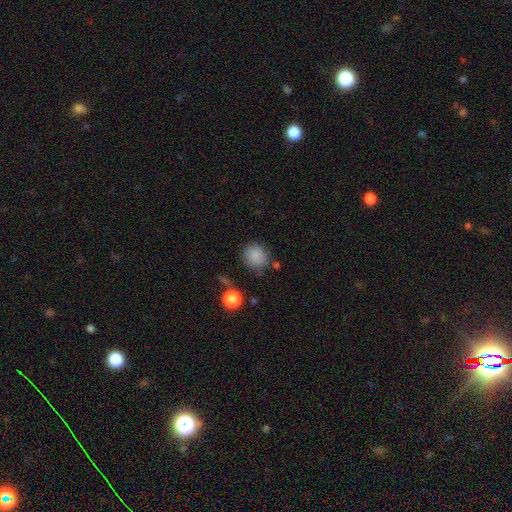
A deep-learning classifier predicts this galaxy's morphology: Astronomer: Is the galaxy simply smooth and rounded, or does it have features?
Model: smooth — 85%.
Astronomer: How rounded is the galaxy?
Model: round — 80%.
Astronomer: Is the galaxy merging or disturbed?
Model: none — 76%.